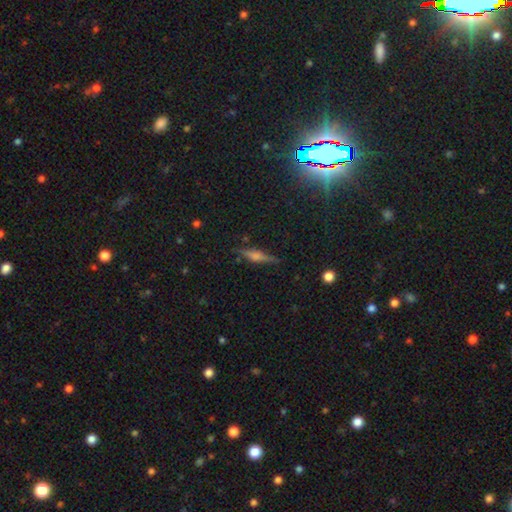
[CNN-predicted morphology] Overall: featured or disk (59%; smooth 29%). Edge-on disk: yes (96%). Edge-on bulge: rounded (73%). Merging: none (86%).